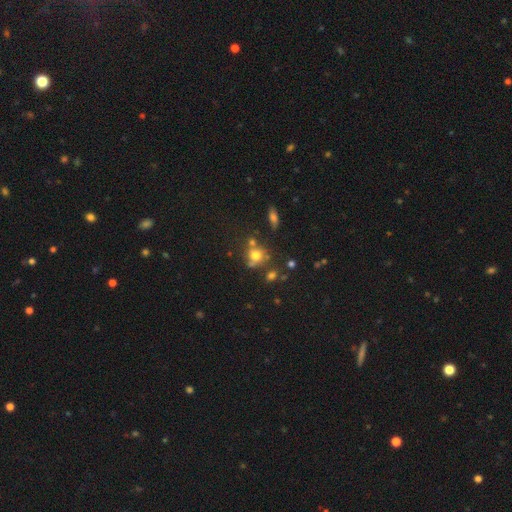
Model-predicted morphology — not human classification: Q: Smooth or featured?
A: smooth (69%); runner-up: star or artifact (16%)
Q: How rounded?
A: round (77%); runner-up: in between (21%)
Q: Merging?
A: none (56%); runner-up: merger (22%)